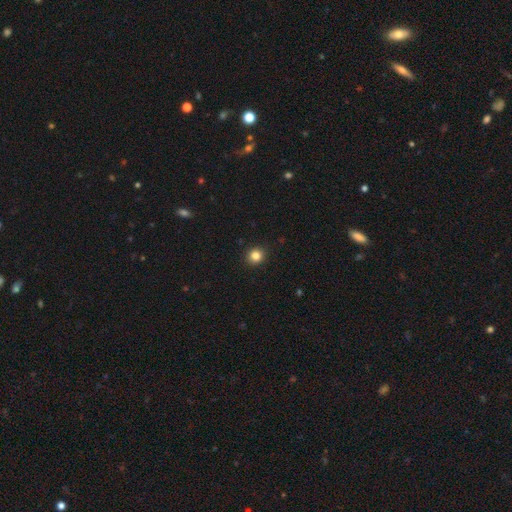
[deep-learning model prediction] A smooth galaxy with no disk features (83%) that is round (90%).

Vote fractions:
- Smooth or featured? smooth: 83% / star or artifact: 12% / featured or disk: 5%
- How rounded? round: 90% / in between: 9% / cigar-shaped: 1%
- Merging? none: 92% / minor disturbance: 5% / major disturbance: 2% / merger: 1%